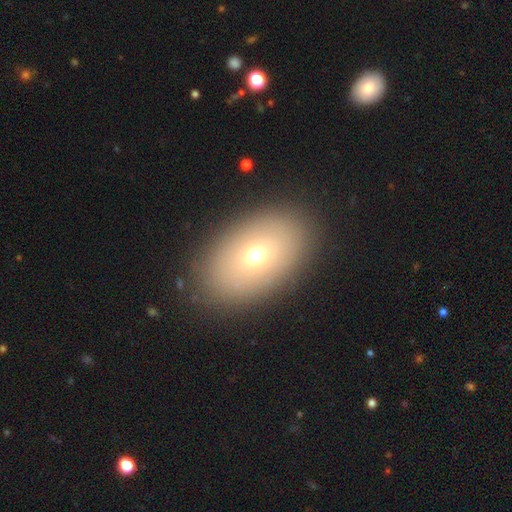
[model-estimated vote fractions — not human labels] smooth_or_featured: smooth (p=0.67) [alt: featured or disk p=0.20]
how_rounded: in between (p=0.85) [alt: round p=0.14]
merging: none (p=0.87) [alt: minor disturbance p=0.08]